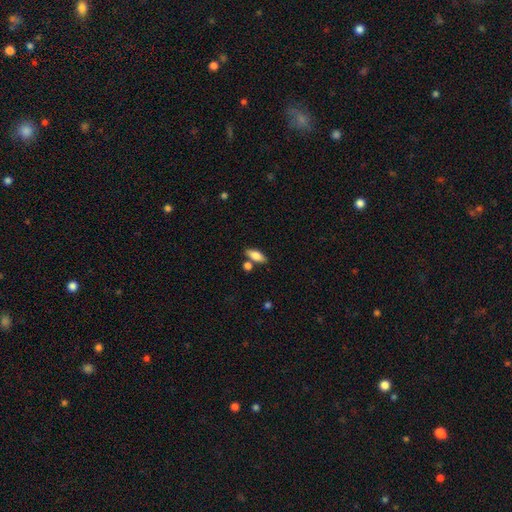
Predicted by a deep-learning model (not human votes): A smooth galaxy with no disk features (77%) that is in between round and cigar-shaped (80%). Merging: none (73%).